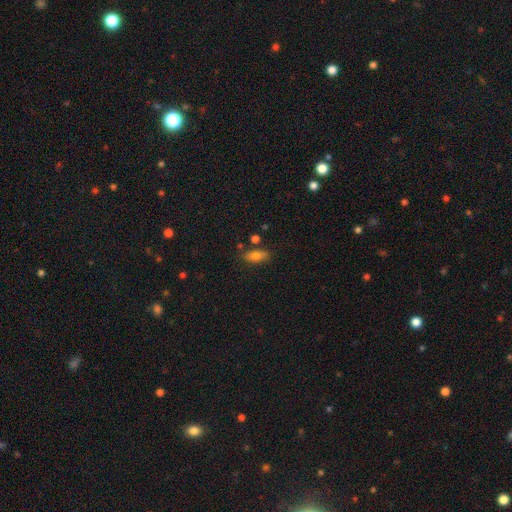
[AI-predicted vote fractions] Smooth or featured? smooth (75%)
How rounded? in between (76%)
Merging? none (76%)